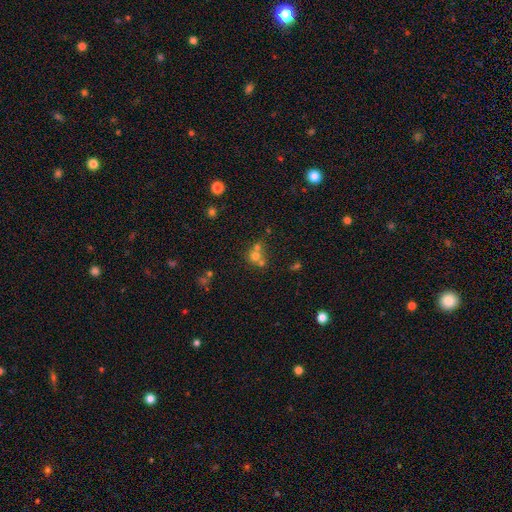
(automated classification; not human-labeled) A smooth galaxy with no disk features (63%) that is round (82%).

Vote fractions:
- Smooth or featured? smooth: 63% / star or artifact: 20% / featured or disk: 18%
- How rounded? round: 82% / in between: 17% / cigar-shaped: 1%
- Merging? merger: 51% / none: 38% / minor disturbance: 7% / major disturbance: 4%